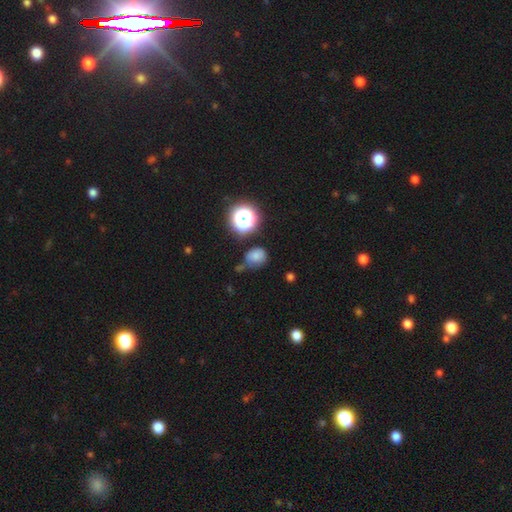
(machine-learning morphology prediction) Overall: smooth (73%). How rounded: round (64%; in between 35%). Merging: none (53%; minor disturbance 26%).